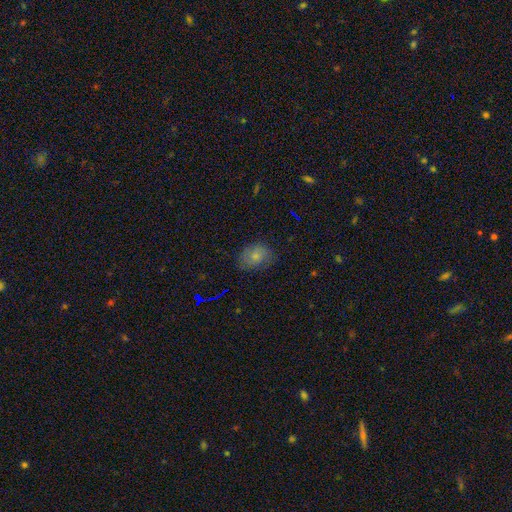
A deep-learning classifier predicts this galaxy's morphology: This is likely a smooth galaxy (75%). How rounded: likely in between (67%). Merging: likely none (74%).